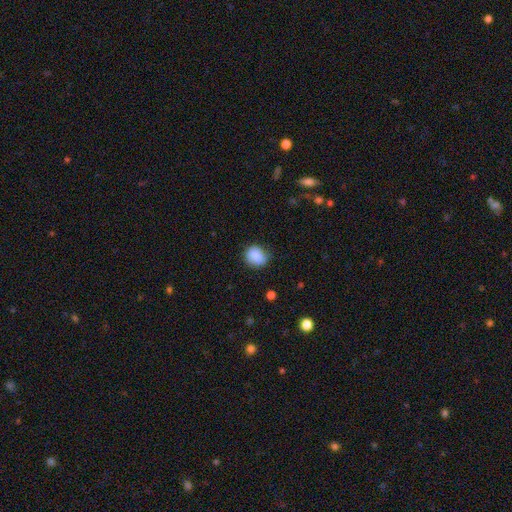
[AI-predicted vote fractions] Q: Smooth or featured?
A: smooth (87%); runner-up: star or artifact (8%)
Q: How rounded?
A: round (65%); runner-up: in between (34%)
Q: Merging?
A: none (75%); runner-up: minor disturbance (19%)